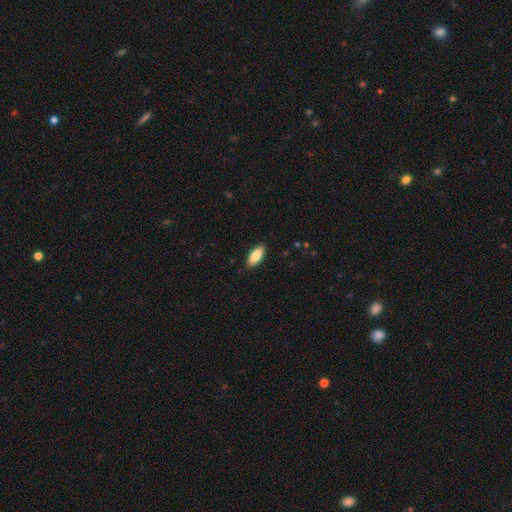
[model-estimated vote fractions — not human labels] Smooth or featured? Predicted: smooth (p=0.84). How rounded? Predicted: in between (p=0.87). Merging? Predicted: none (p=0.88).